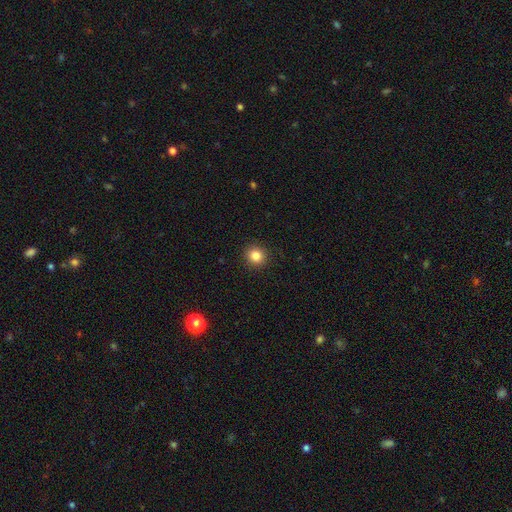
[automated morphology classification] A smooth galaxy with no disk features (85%) that is round (90%). Merging: none (92%).